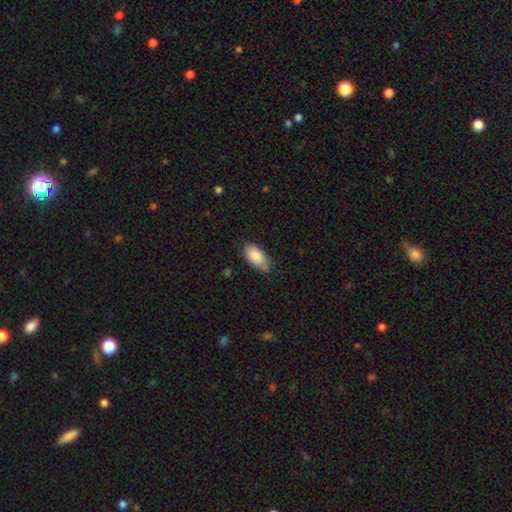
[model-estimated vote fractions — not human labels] This is clearly a smooth galaxy (86%). How rounded: clearly in between (94%). Merging: likely none (71%).